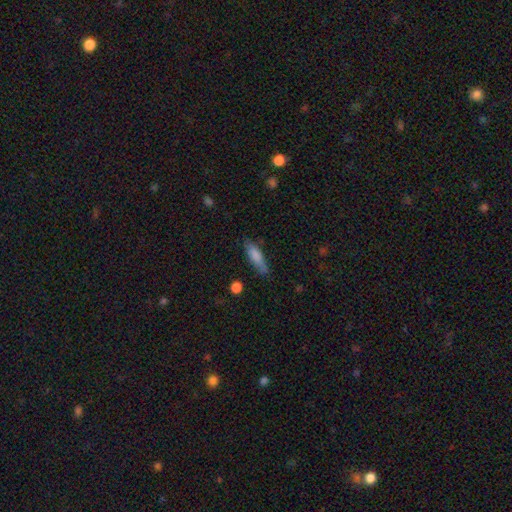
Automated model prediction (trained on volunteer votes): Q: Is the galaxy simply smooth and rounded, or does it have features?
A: smooth — 78%.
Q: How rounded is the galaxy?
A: cigar-shaped — 59%.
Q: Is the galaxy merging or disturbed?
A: none — 70%.